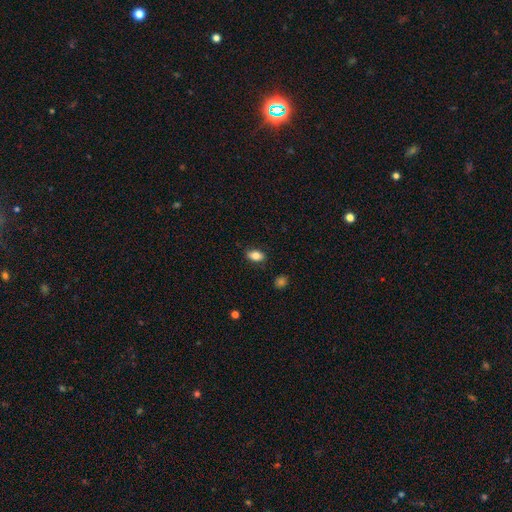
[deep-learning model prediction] Overall: smooth (83%). How rounded: in between (89%). Merging: none (85%).